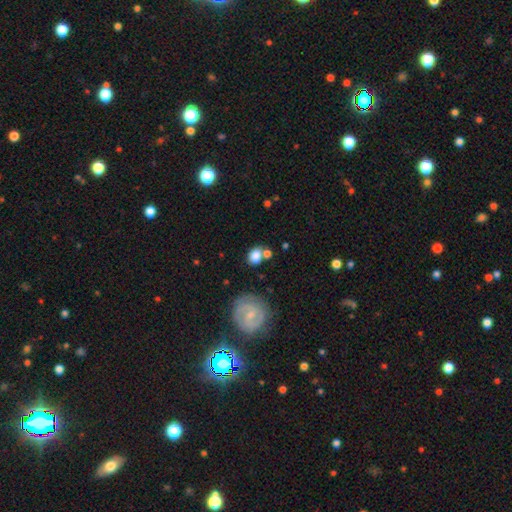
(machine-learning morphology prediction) The model was most divided on "how rounded": round: 59%, in between: 40%, cigar-shaped: 1%. More confident: smooth or featured — smooth (74%); merging — none (63%).